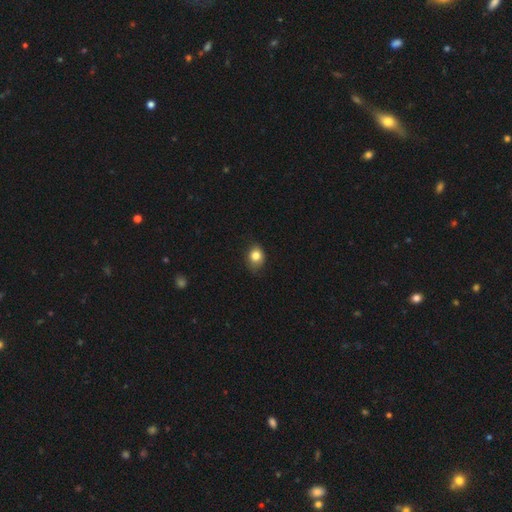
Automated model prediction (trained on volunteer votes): smooth_or_featured: smooth (p=0.82) [alt: star or artifact p=0.10]
how_rounded: round (p=0.52) [alt: in between p=0.47]
merging: none (p=0.71) [alt: minor disturbance p=0.23]